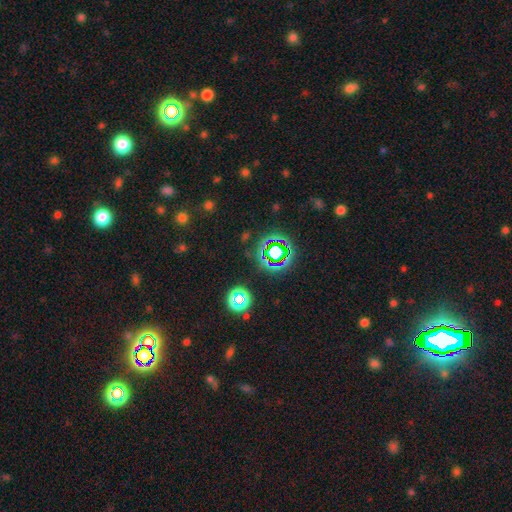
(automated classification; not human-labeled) Smooth or featured? Predicted: star or artifact (p=0.71).